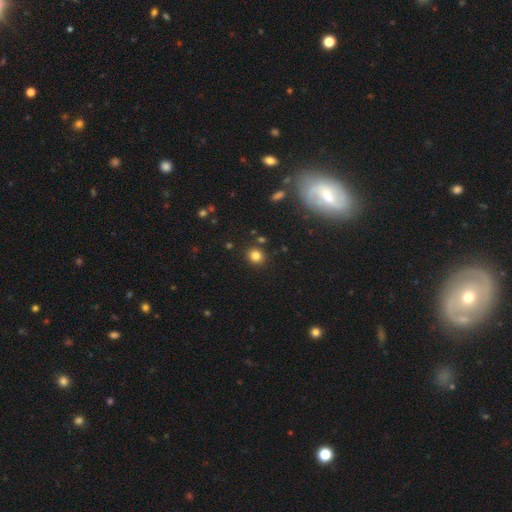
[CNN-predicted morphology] Smooth or featured?
  - smooth: 82% *
  - star or artifact: 13%
  - featured or disk: 6%
How rounded?
  - round: 79% *
  - in between: 20%
  - cigar-shaped: 1%
Merging?
  - none: 88% *
  - minor disturbance: 7%
  - merger: 3%
  - major disturbance: 2%